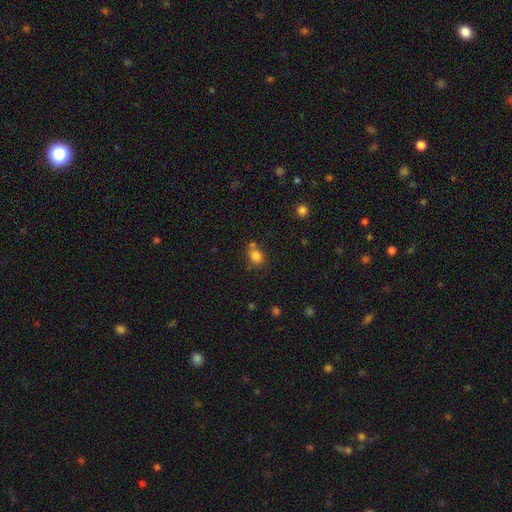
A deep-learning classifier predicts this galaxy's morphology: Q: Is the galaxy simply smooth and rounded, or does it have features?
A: smooth — 80%.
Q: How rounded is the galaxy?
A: round — 61%.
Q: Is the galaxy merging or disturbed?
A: none — 55%.